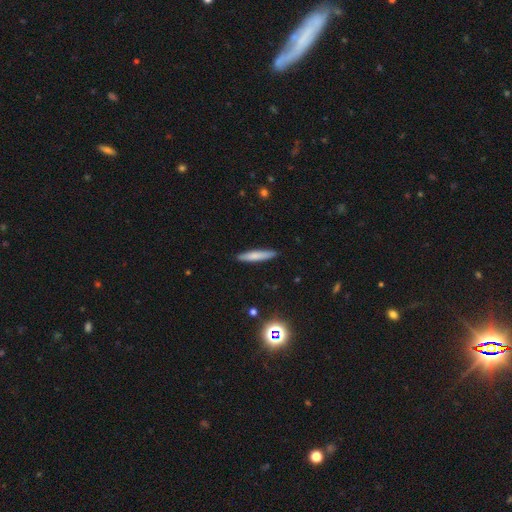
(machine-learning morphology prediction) This is likely a smooth galaxy (74%). How rounded: clearly cigar-shaped (89%). Merging: clearly none (89%).